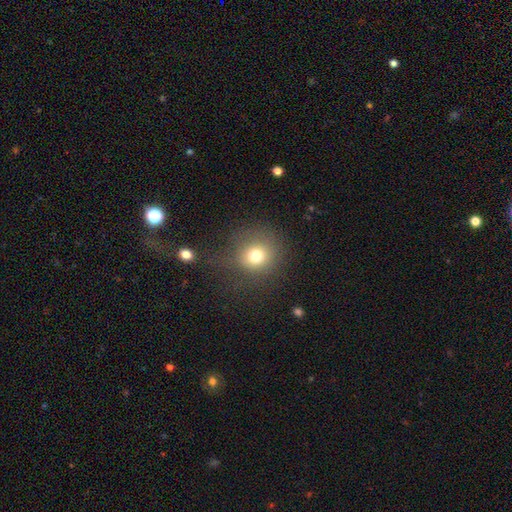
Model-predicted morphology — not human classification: A smooth galaxy with no disk features (75%) that is round (88%).

Vote fractions:
- Smooth or featured? smooth: 75% / star or artifact: 14% / featured or disk: 11%
- How rounded? round: 88% / in between: 11% / cigar-shaped: 1%
- Merging? none: 69% / minor disturbance: 16% / major disturbance: 12% / merger: 3%